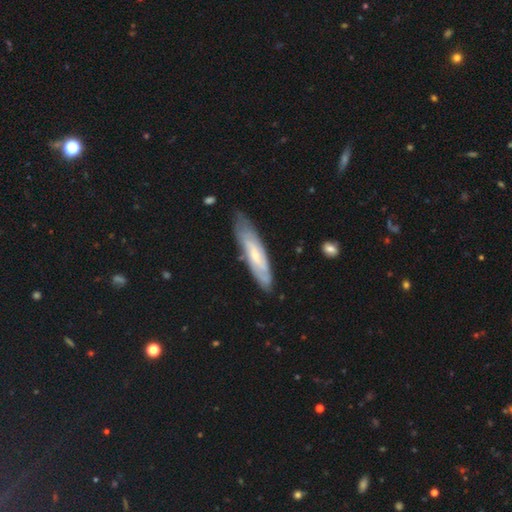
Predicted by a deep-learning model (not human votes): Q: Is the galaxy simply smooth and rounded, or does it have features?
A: featured or disk — 58%.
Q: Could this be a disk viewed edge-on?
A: no — 56%.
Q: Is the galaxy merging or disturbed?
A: none — 75%.